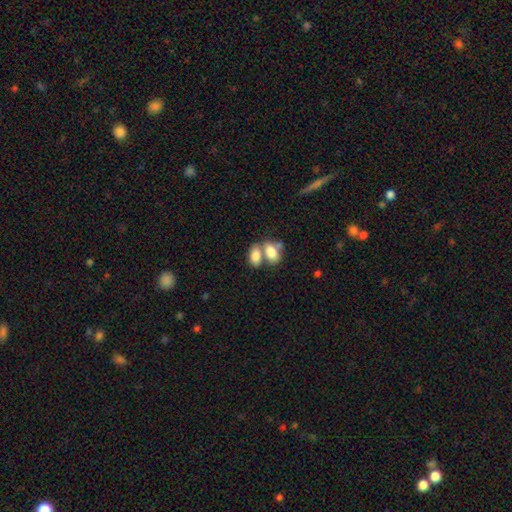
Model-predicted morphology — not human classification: Smooth or featured? smooth (81%)
How rounded? in between (88%)
Merging? merger (60%)